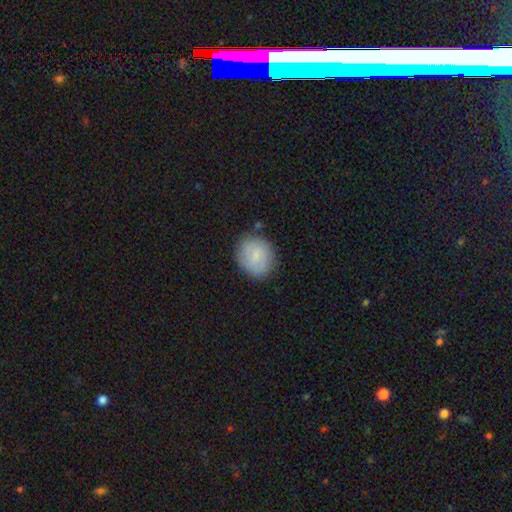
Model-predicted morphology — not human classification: This appears to be a smooth galaxy with no disk features (74%) that is round (76%). Merging: none (81%).